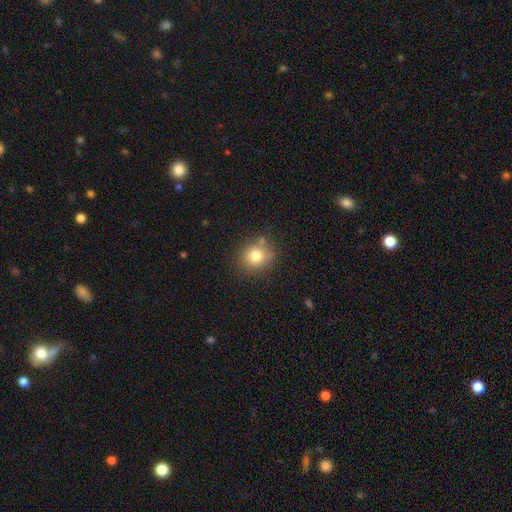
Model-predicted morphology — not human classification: Smooth or featured: smooth — 78% (star or artifact — 12%)
How rounded: round — 81% (in between — 18%)
Merging: none — 76% (minor disturbance — 13%)